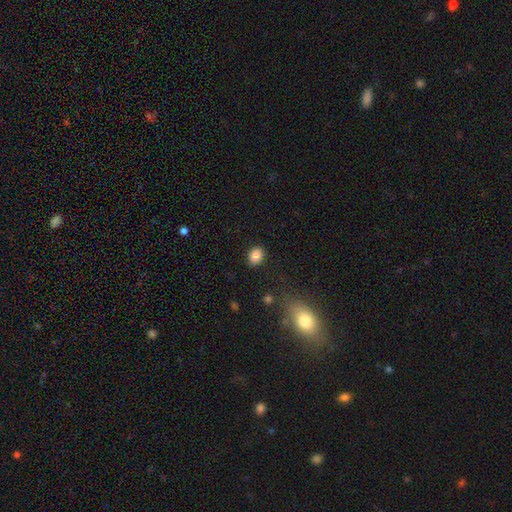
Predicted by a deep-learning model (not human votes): This is clearly a smooth galaxy (87%). How rounded: likely in between (60%). Merging: clearly none (87%).